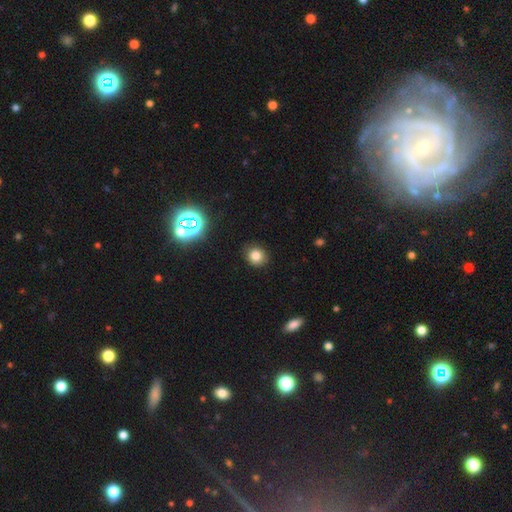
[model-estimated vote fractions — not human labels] Smooth or featured? Predicted: smooth (p=0.79). How rounded? Predicted: round (p=0.79). Merging? Predicted: none (p=0.88).